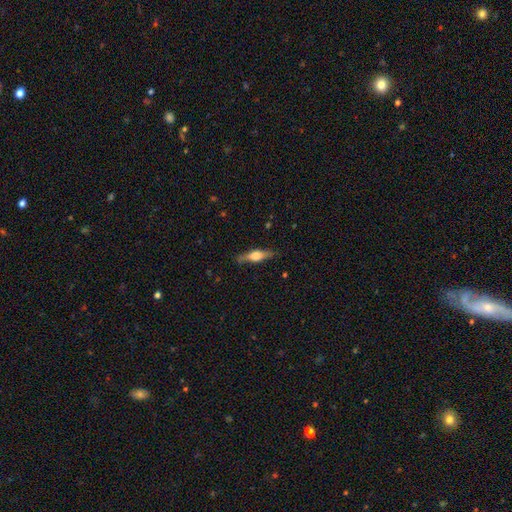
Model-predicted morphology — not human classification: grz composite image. It shows a featured or disk galaxy (59%) viewed edge-on (95%) with a rounded central bulge (88%). Merging: none (83%).